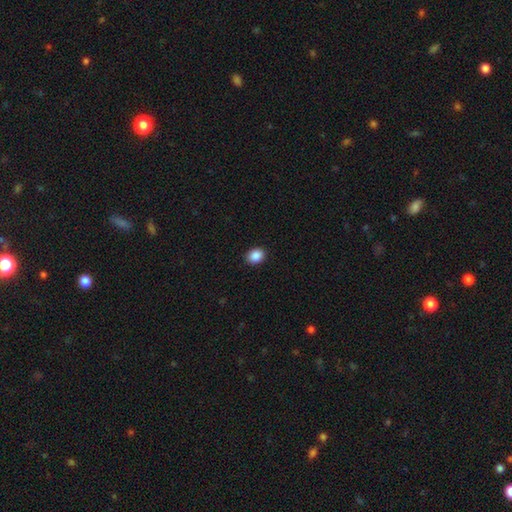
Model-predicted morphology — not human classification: smooth 89%, star or artifact 8%, featured or disk 3%. Down the decision tree: how rounded — in between (57%); merging — none (90%).